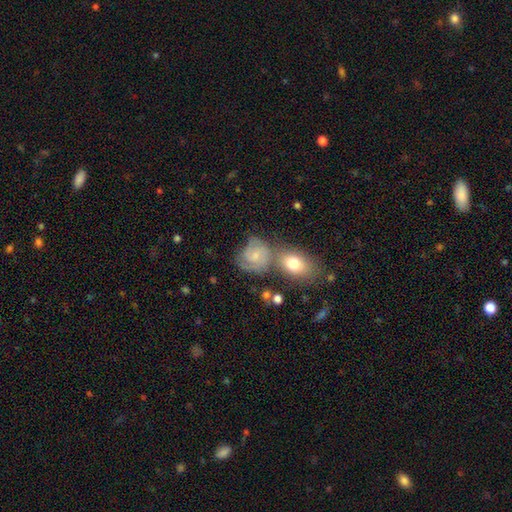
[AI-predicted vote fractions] A featured or disk galaxy (66%) with no bar (65%), 2 (40%) tight (51%) spiral arms (91%) and a small central bulge (61%).

Vote fractions:
- Smooth or featured? featured or disk: 66% / smooth: 26% / star or artifact: 8%
- Edge-on disk? no: 98% / yes: 2%
- Bar? no: 65% / weak: 30% / strong: 4%
- Spiral arms? yes: 91% / no: 9%
- Spiral winding? tight: 51% / medium: 39% / loose: 10%
- Spiral arm count? 2: 40% / 3: 24% / can't tell: 23% / 1: 5% / 4: 4% / more than 4: 4%
- Bulge size? small: 61% / moderate: 28% / none: 8% / large: 2% / dominant: 1%
- Merging? none: 48% / merger: 25% / minor disturbance: 18% / major disturbance: 10%